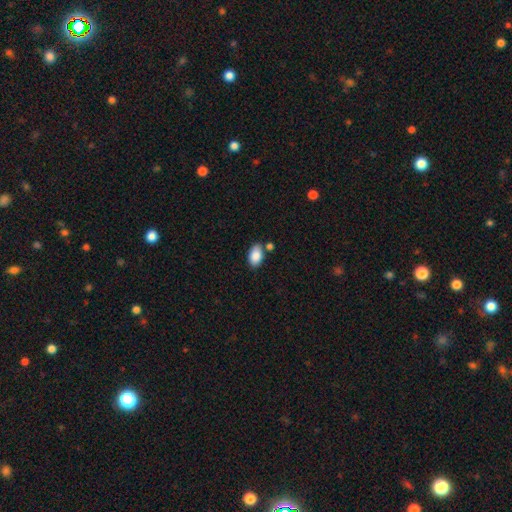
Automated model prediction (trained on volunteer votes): smooth 88%, star or artifact 7%, featured or disk 6%. Down the decision tree: how rounded — in between (92%); merging — none (71%).